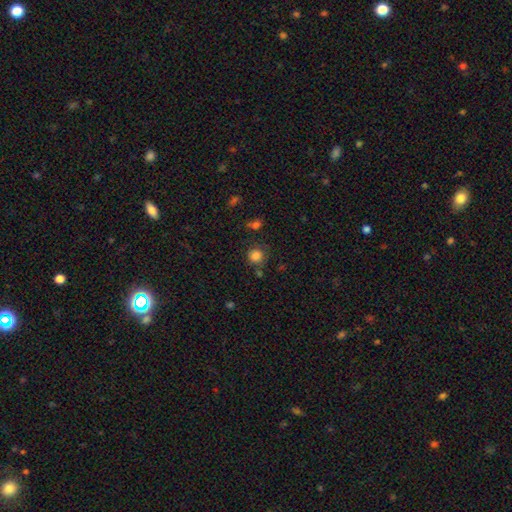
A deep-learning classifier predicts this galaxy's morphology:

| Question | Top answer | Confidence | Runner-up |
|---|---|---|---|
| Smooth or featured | smooth | 83% | star or artifact (12%) |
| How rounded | round | 90% | in between (9%) |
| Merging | none | 75% | minor disturbance (13%) |